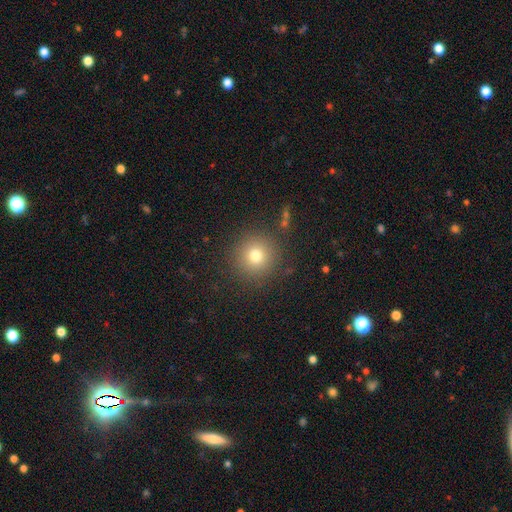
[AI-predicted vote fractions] Smooth or featured?
  - smooth: 75% *
  - star or artifact: 15%
  - featured or disk: 10%
How rounded?
  - round: 94% *
  - in between: 5%
  - cigar-shaped: 1%
Merging?
  - none: 88% *
  - minor disturbance: 7%
  - major disturbance: 3%
  - merger: 2%